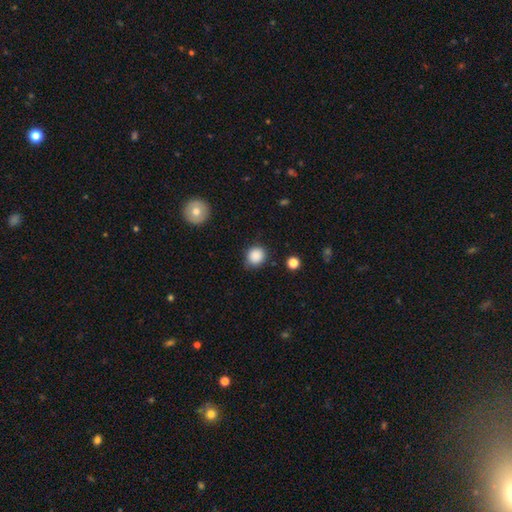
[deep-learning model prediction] Overall: smooth (87%). How rounded: round (84%). Merging: none (77%).